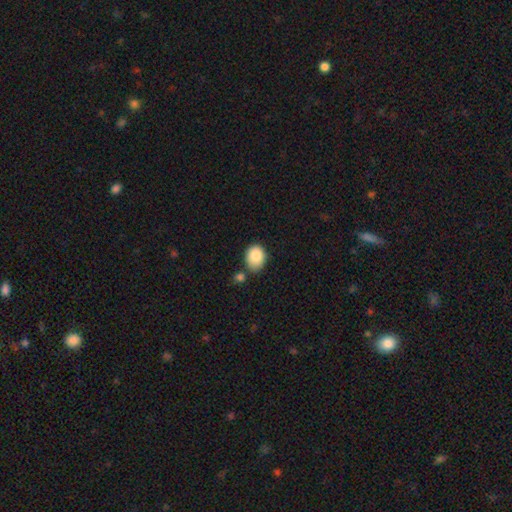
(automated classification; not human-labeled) smooth_or_featured: smooth (p=0.85) [alt: featured or disk p=0.08]
how_rounded: in between (p=0.62) [alt: round p=0.37]
merging: none (p=0.64) [alt: minor disturbance p=0.19]